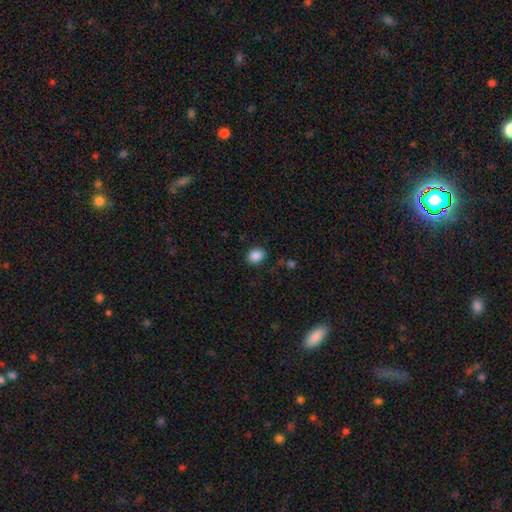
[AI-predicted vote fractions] smooth 87%, star or artifact 9%, featured or disk 3%. Down the decision tree: how rounded — round (52%); merging — none (86%).